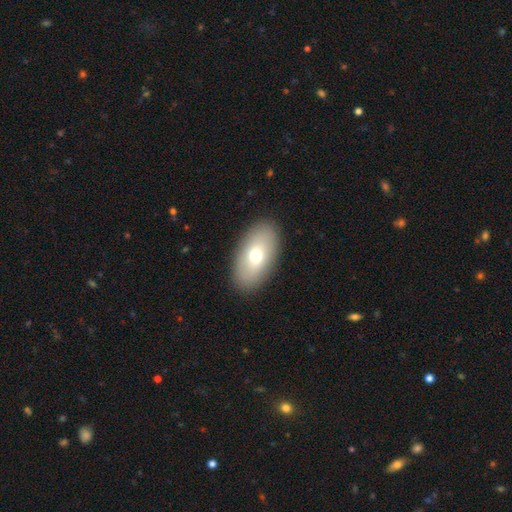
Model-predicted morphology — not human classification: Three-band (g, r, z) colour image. It shows a smooth galaxy with no disk features (70%) that is in between round and cigar-shaped (93%). Merging: none (89%).